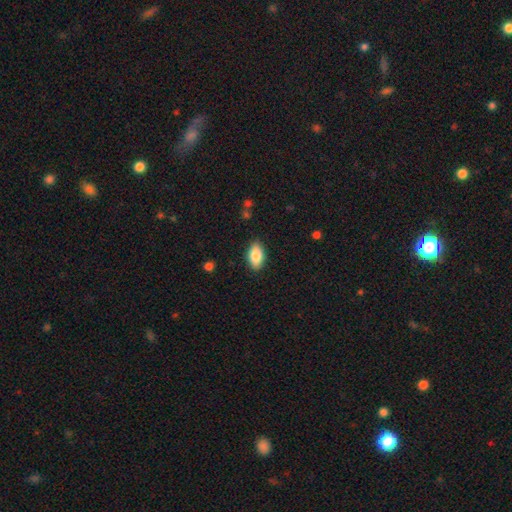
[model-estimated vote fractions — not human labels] smooth 85%, featured or disk 8%, star or artifact 7%. Down the decision tree: how rounded — in between (93%); merging — none (88%).